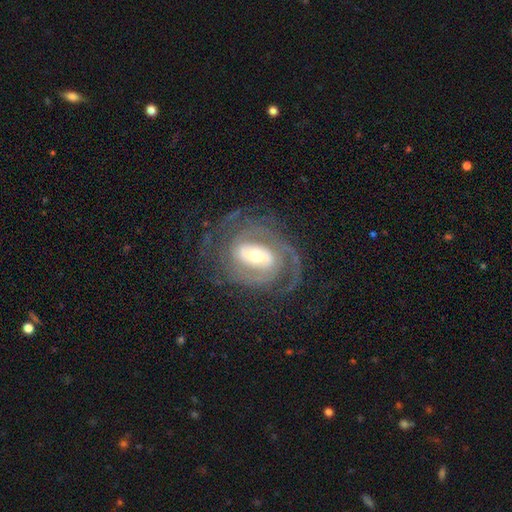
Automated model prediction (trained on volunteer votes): A featured or disk galaxy (89%) with a weak bar (38%), 2 (47%) tight (56%) spiral arms (94%) and a moderate central bulge (62%). Merging: none (69%).